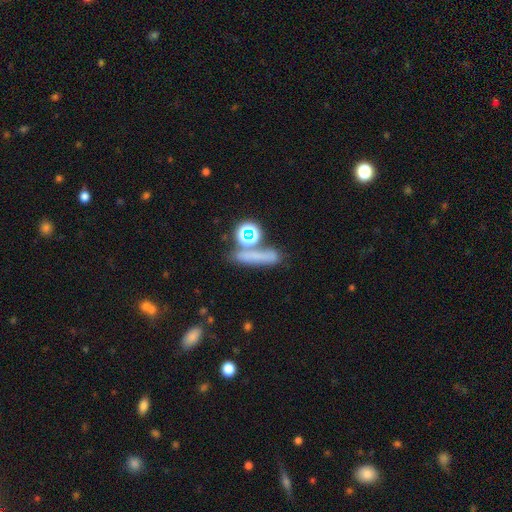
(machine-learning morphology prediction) Smooth or featured: smooth — 56% (star or artifact — 27%)
How rounded: cigar-shaped — 60% (round — 23%)
Merging: none — 64% (merger — 16%)